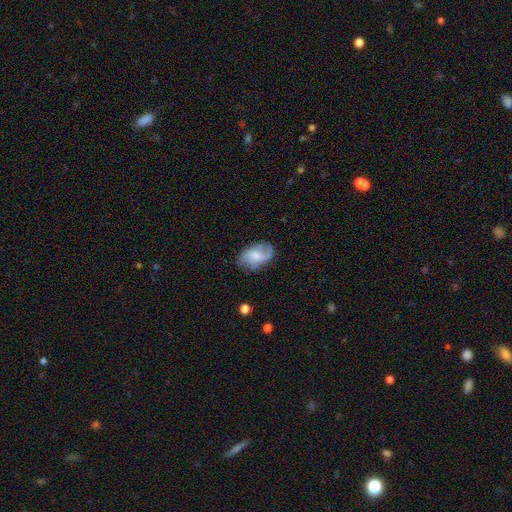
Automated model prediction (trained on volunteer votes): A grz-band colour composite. It shows a featured or disk galaxy (48%). Merging: none (59%).